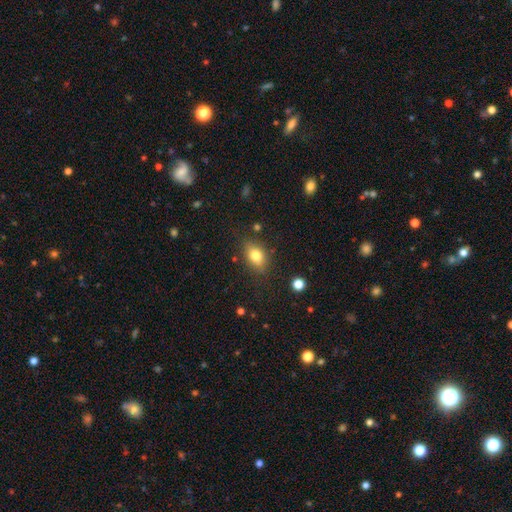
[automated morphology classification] A smooth galaxy with no disk features (79%) that is in between round and cigar-shaped (77%). Merging: none (78%).